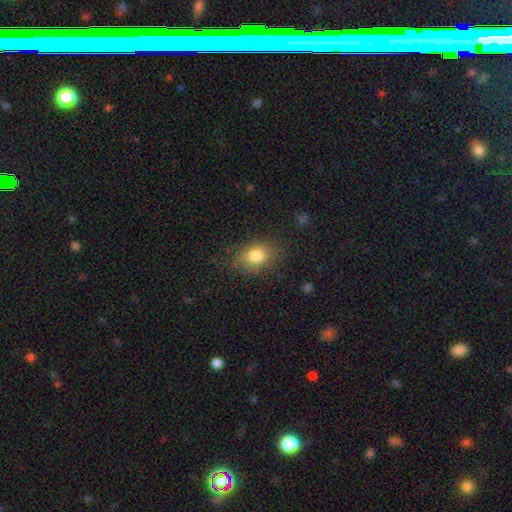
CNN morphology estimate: Smooth or featured?
  - smooth: 81% *
  - star or artifact: 10%
  - featured or disk: 9%
How rounded?
  - in between: 67% *
  - round: 31%
  - cigar-shaped: 1%
Merging?
  - none: 77% *
  - minor disturbance: 16%
  - major disturbance: 6%
  - merger: 1%